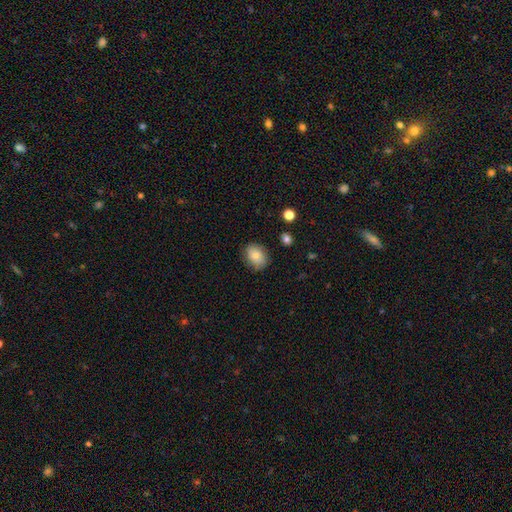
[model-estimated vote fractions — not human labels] Smooth or featured: smooth — 78% (featured or disk — 14%)
How rounded: in between — 66% (round — 33%)
Merging: none — 78% (minor disturbance — 17%)